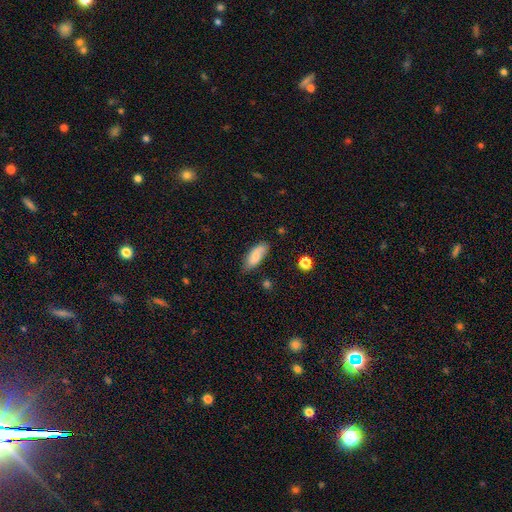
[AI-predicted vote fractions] smooth 77%, featured or disk 16%, star or artifact 7%. Down the decision tree: how rounded — in between (81%); merging — none (73%).